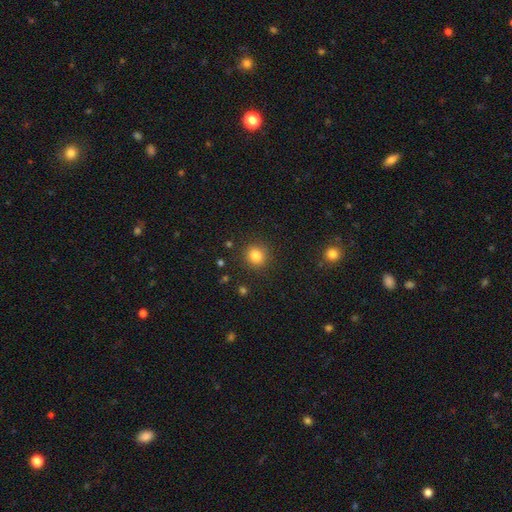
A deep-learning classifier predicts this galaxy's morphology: Smooth or featured: smooth — 83% (star or artifact — 12%)
How rounded: round — 86% (in between — 14%)
Merging: none — 88% (minor disturbance — 7%)